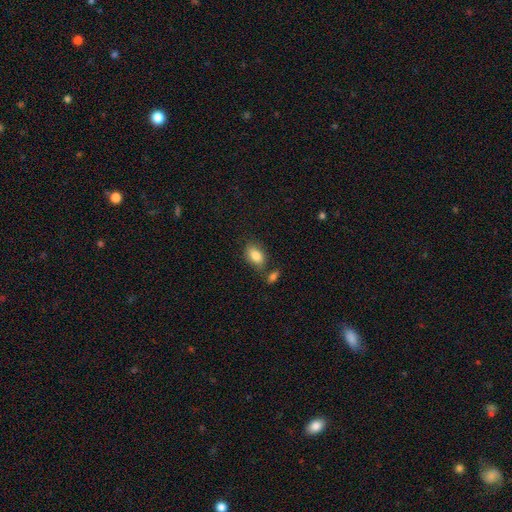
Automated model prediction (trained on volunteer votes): Morphology: type=smooth (84%); roundness=in between (87%); merging=none (68%).